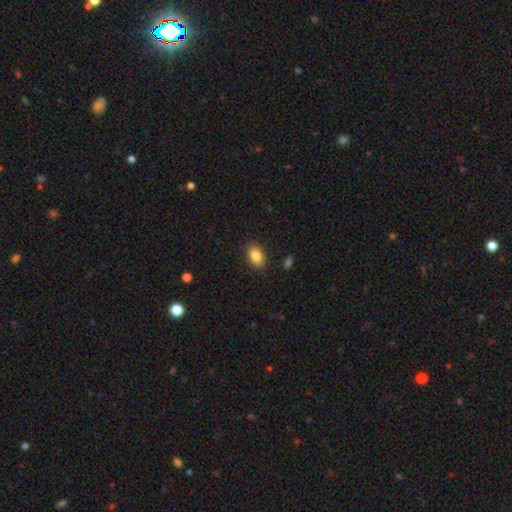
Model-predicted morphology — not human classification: The model was most divided on "how rounded": in between: 86%, round: 12%, cigar-shaped: 2%. More confident: merging — none (87%); smooth or featured — smooth (85%).